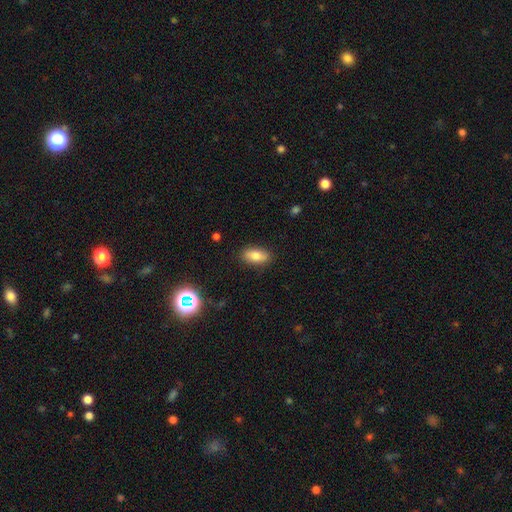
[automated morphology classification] Smooth or featured? smooth (78%)
How rounded? in between (86%)
Merging? none (86%)